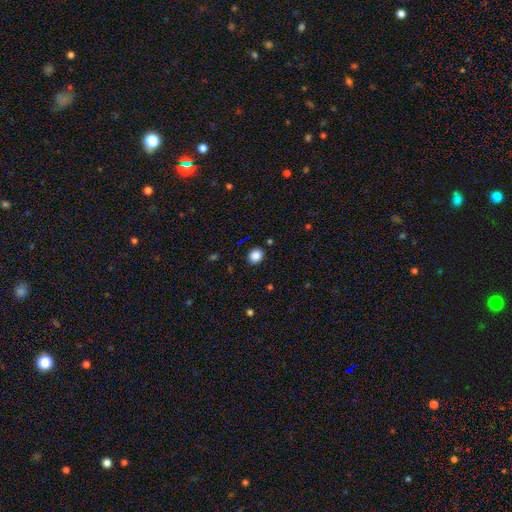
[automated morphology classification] Smooth or featured? Predicted: smooth (p=0.86). How rounded? Predicted: round (p=0.76). Merging? Predicted: none (p=0.89).